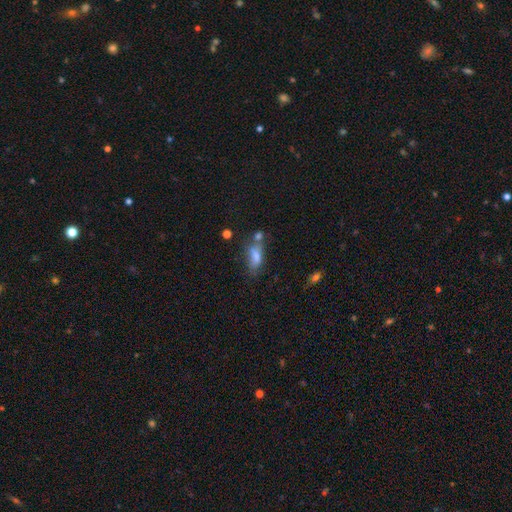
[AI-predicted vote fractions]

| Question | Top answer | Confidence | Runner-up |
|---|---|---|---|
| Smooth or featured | smooth | 71% | featured or disk (18%) |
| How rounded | in between | 75% | cigar-shaped (20%) |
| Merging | none | 36% | merger (27%) |